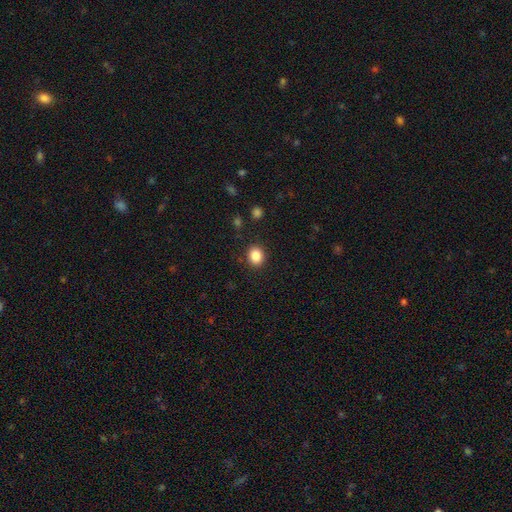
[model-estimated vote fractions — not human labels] smooth-or-featured: smooth: 86% | star or artifact: 10% | featured or disk: 4%
  how-rounded: round: 67% | in between: 32% | cigar-shaped: 1%
  merging: none: 89% | minor disturbance: 7% | major disturbance: 3% | merger: 1%